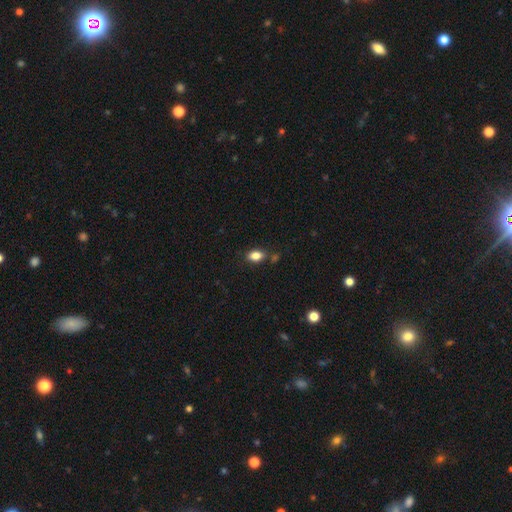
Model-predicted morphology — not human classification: type=smooth (85%); roundness=in between (84%); merging=none (77%).